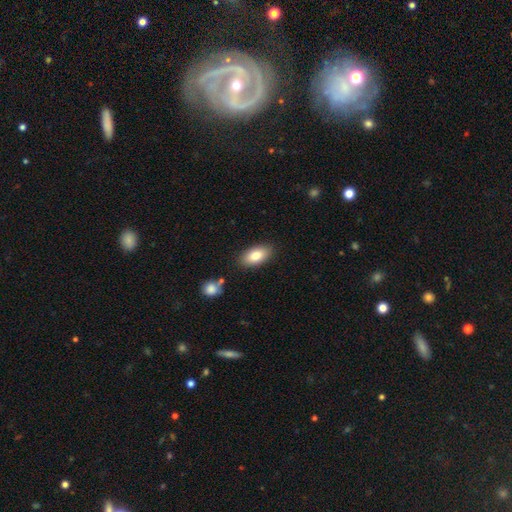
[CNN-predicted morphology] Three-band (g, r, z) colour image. It shows a smooth galaxy with no disk features (81%) that is in between round and cigar-shaped (92%). Merging: none (85%).